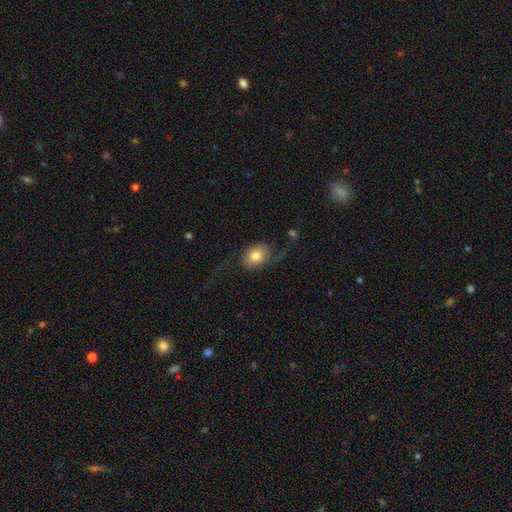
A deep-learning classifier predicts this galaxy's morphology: smooth-or-featured: smooth: 55% | featured or disk: 38% | star or artifact: 7%
  how-rounded: in between: 61% | round: 38% | cigar-shaped: 2%
  merging: none: 43% | major disturbance: 36% | minor disturbance: 17% | merger: 4%